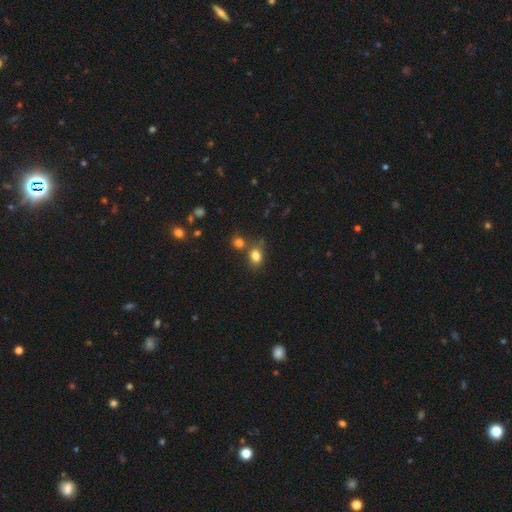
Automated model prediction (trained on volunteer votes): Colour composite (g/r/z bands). It shows a smooth galaxy with no disk features (81%) that is in between round and cigar-shaped (59%). Merging: none (59%).